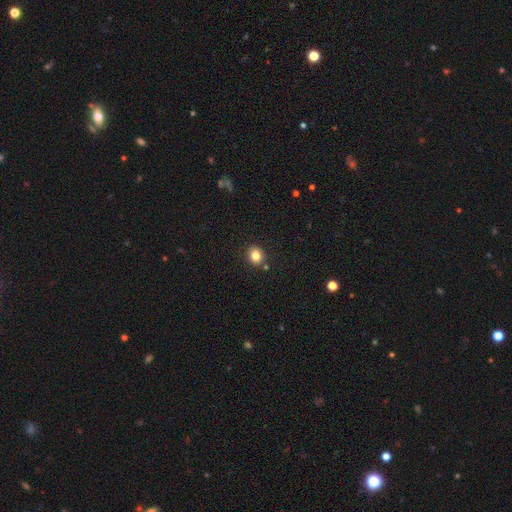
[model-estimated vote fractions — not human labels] Smooth or featured? Predicted: smooth (p=0.83). How rounded? Predicted: round (p=0.75). Merging? Predicted: none (p=0.87).